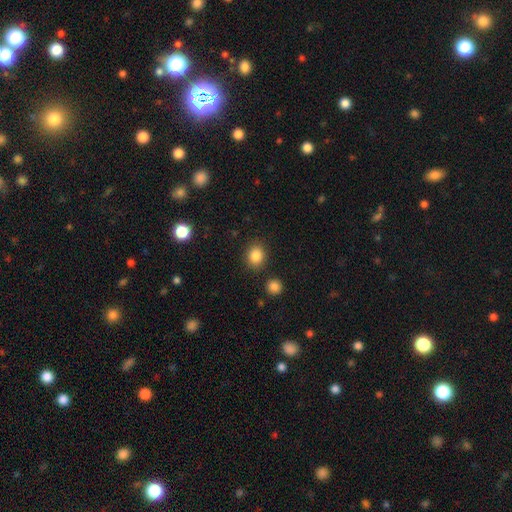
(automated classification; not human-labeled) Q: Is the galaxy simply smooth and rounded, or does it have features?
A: smooth — 85%.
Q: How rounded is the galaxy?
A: round — 68%.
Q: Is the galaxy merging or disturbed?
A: none — 86%.